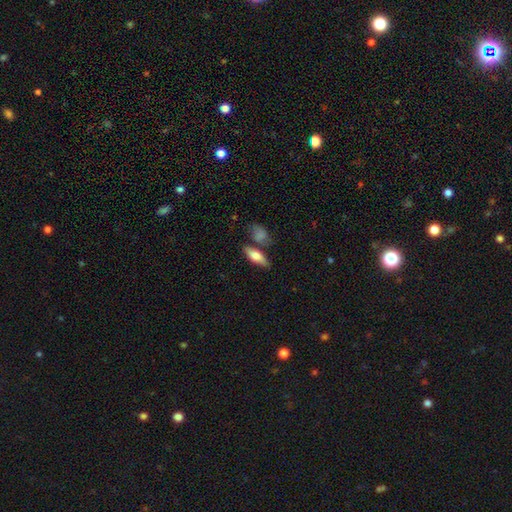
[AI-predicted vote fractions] Morphology: type=smooth (69%); roundness=in between (67%); merging=none (67%).